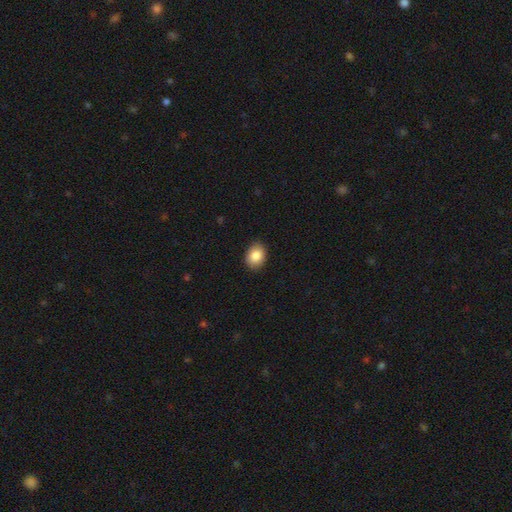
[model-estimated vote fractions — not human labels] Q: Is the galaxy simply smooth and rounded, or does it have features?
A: smooth — 86%.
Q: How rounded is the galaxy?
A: in between — 68%.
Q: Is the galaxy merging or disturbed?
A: none — 87%.